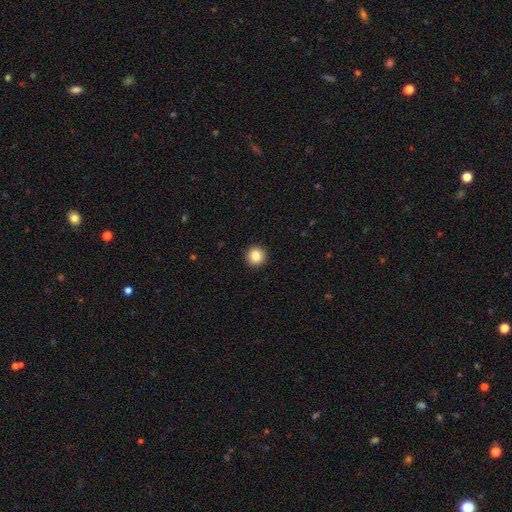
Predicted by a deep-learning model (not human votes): Q: Smooth or featured?
A: smooth (85%); runner-up: star or artifact (10%)
Q: How rounded?
A: round (95%); runner-up: in between (4%)
Q: Merging?
A: none (93%); runner-up: minor disturbance (4%)